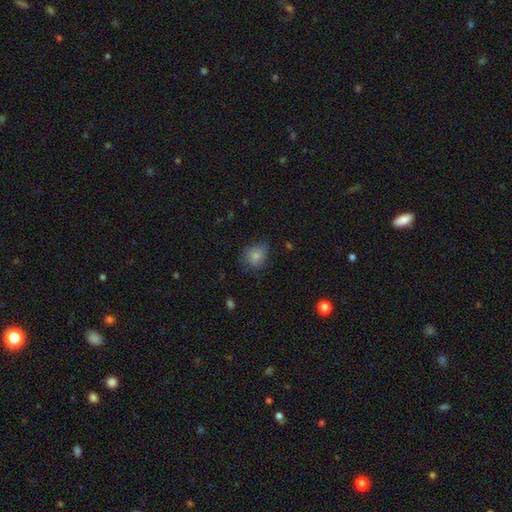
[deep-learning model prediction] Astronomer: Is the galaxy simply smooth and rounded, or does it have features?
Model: smooth — 80%.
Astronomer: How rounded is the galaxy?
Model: round — 63%.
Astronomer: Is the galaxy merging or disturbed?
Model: none — 62%.